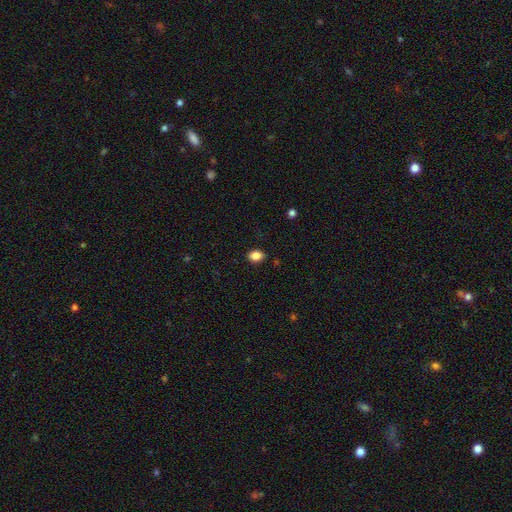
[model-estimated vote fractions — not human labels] This is clearly a smooth galaxy (86%). How rounded: likely in between (68%). Merging: clearly none (86%).